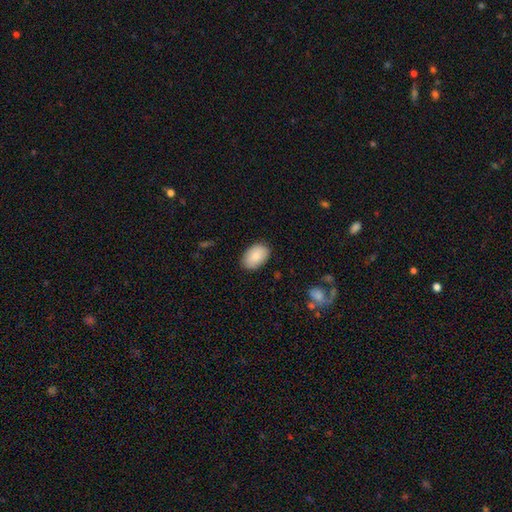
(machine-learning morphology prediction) This is clearly a smooth galaxy (86%). How rounded: clearly in between (89%). Merging: clearly none (86%).